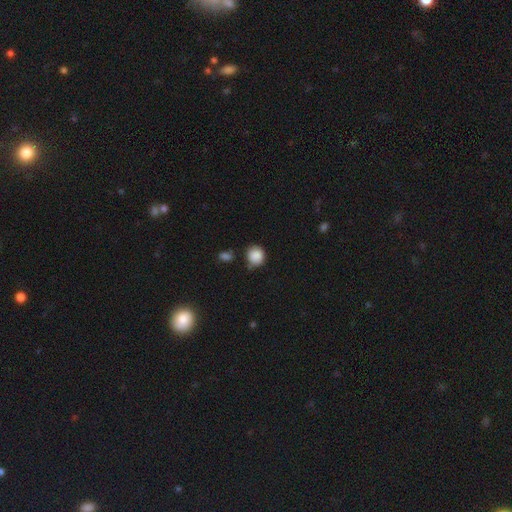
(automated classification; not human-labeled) Smooth or featured: smooth — 88% (star or artifact — 9%)
How rounded: round — 88% (in between — 11%)
Merging: none — 75% (minor disturbance — 16%)